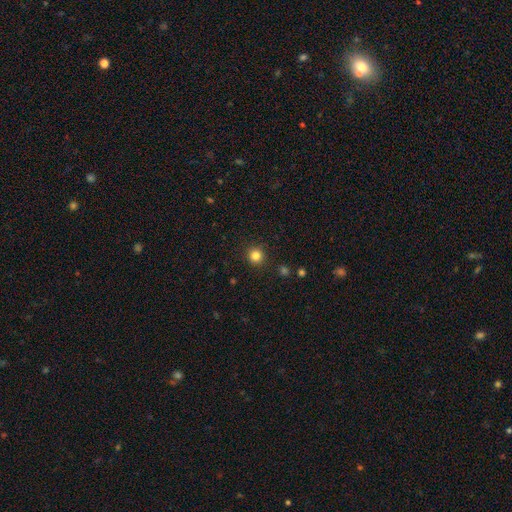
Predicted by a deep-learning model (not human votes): This is clearly a smooth galaxy (82%). How rounded: clearly round (94%). Merging: clearly none (92%).